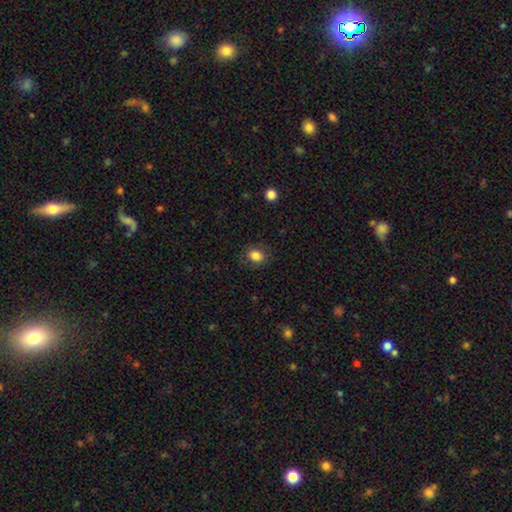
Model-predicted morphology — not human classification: smooth 83%, star or artifact 10%, featured or disk 7%. Down the decision tree: how rounded — round (53%); merging — none (81%).